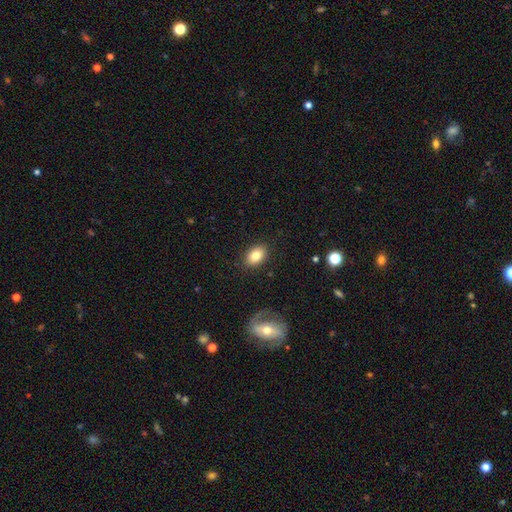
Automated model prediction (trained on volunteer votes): A smooth galaxy with no disk features (80%) that is in between round and cigar-shaped (81%).

Vote fractions:
- Smooth or featured? smooth: 80% / featured or disk: 11% / star or artifact: 9%
- How rounded? in between: 81% / round: 18% / cigar-shaped: 1%
- Merging? none: 86% / minor disturbance: 10% / major disturbance: 3% / merger: 2%